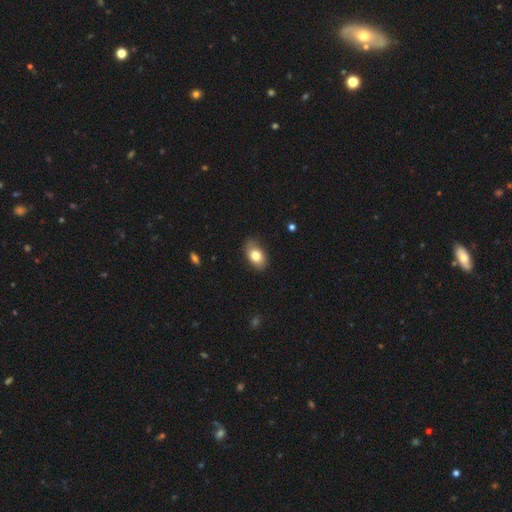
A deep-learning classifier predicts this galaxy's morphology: smooth 78%, featured or disk 14%, star or artifact 8%. Down the decision tree: how rounded — in between (89%); merging — none (82%).